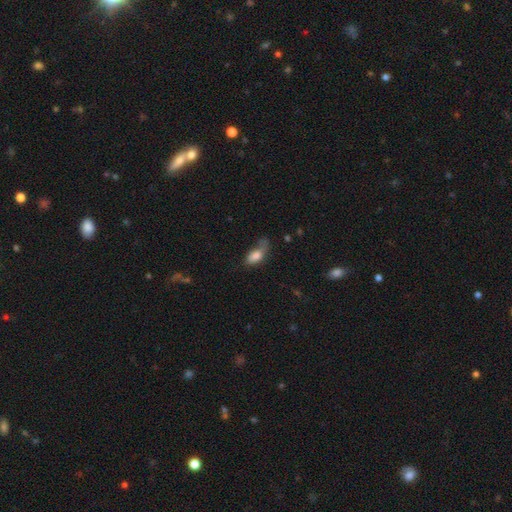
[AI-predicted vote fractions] The model was most divided on "merging" (2-way tie): major disturbance: 32%, minor disturbance: 32%, none: 29%, merger: 7%. More confident: how rounded — in between (86%); smooth or featured — smooth (77%).